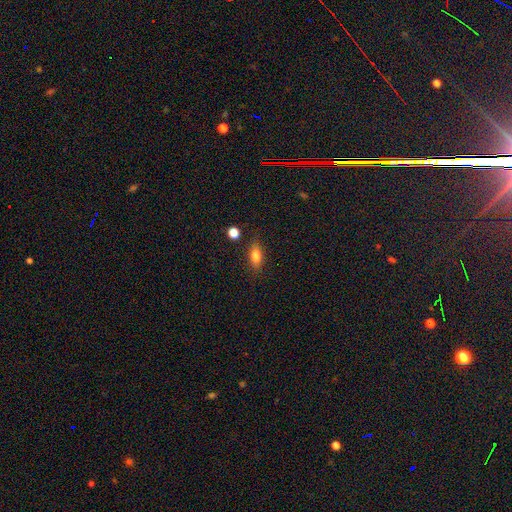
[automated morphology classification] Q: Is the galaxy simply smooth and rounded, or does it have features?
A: smooth — 78%.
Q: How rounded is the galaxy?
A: in between — 77%.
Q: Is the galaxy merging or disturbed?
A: none — 81%.